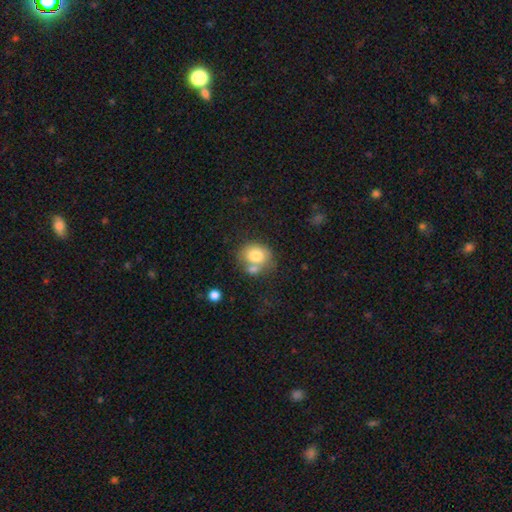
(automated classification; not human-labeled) Smooth or featured?
  - smooth: 77% *
  - featured or disk: 15%
  - star or artifact: 8%
How rounded?
  - round: 63% *
  - in between: 37%
  - cigar-shaped: 1%
Merging?
  - none: 45% *
  - merger: 34%
  - minor disturbance: 15%
  - major disturbance: 6%